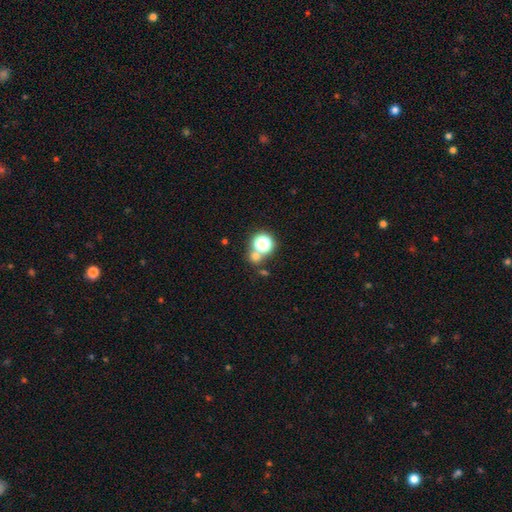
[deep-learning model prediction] Morphology: type=smooth (61%); roundness=round (83%); merging=none (58%).